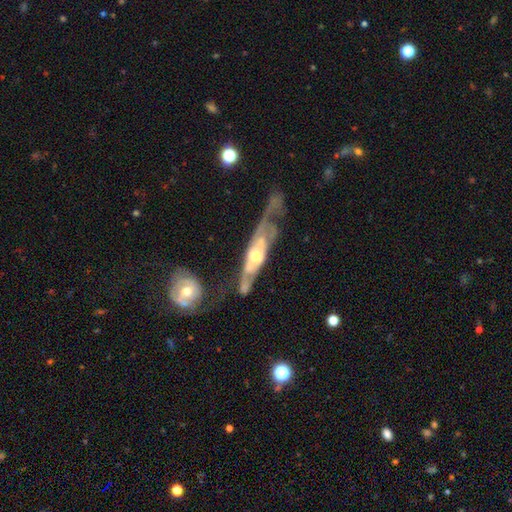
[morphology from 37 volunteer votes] type=featured or disk (65%); edge-on=no (58%); bar=no (93%); spiral arms=no (64%); bulge=moderate (71%); merging=major disturbance (40%).